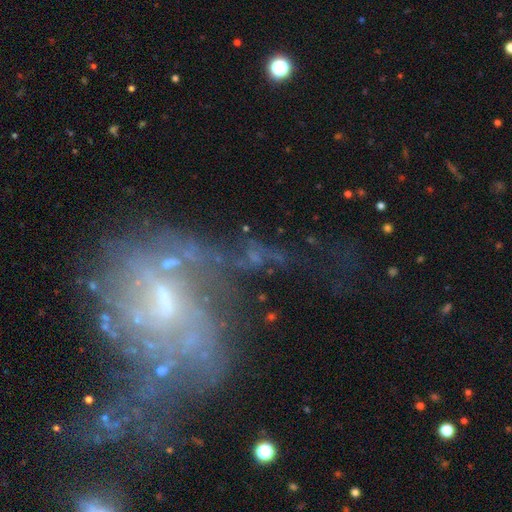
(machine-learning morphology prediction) Overall: featured or disk (59%; star or artifact 24%). Edge-on disk: no (89%). Bar: no (43%; weak 32%). Spiral arms: yes (66%; no 34%). Bulge size: small (44%; moderate 28%). Merging: none (49%; major disturbance 22%).